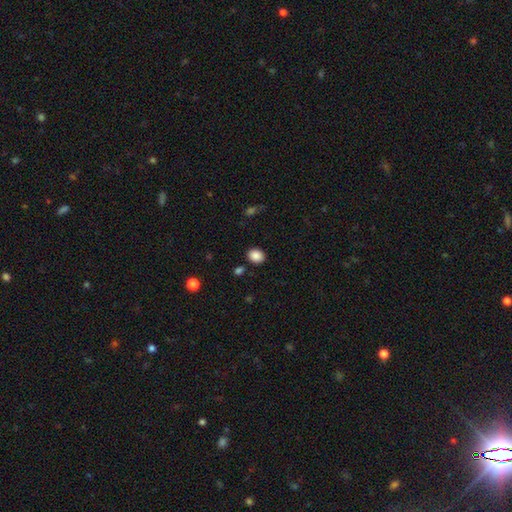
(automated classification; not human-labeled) The model was most divided on "how rounded": in between: 51%, round: 48%, cigar-shaped: 1%. More confident: smooth or featured — smooth (87%); merging — none (87%).